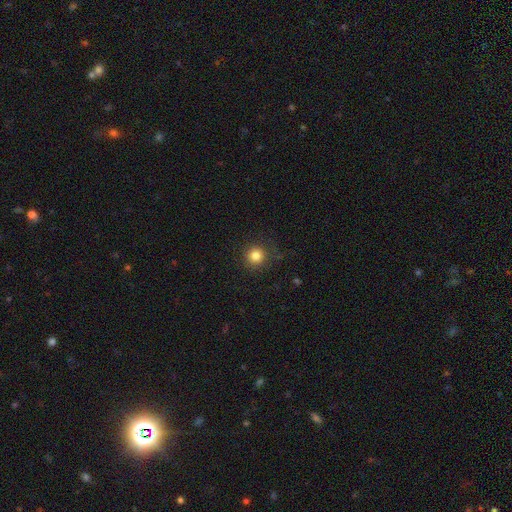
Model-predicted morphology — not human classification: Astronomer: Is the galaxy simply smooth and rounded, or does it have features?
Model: smooth — 82%.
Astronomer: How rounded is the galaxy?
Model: round — 94%.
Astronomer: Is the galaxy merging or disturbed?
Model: none — 85%.